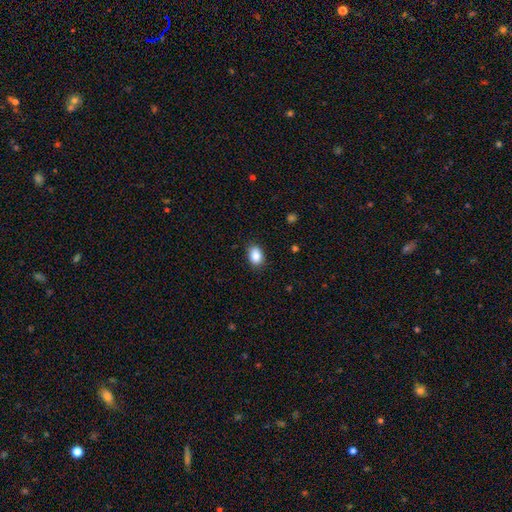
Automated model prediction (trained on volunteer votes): smooth 88%, star or artifact 8%, featured or disk 4%. Down the decision tree: how rounded — in between (80%); merging — none (85%).